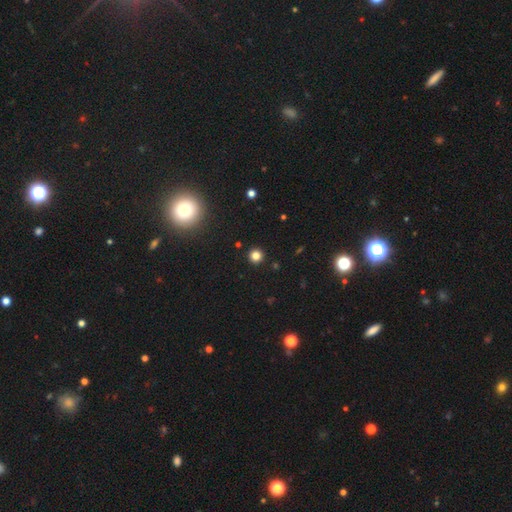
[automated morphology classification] This appears to be a smooth galaxy with no disk features (80%) that is round (95%). Merging: none (93%).